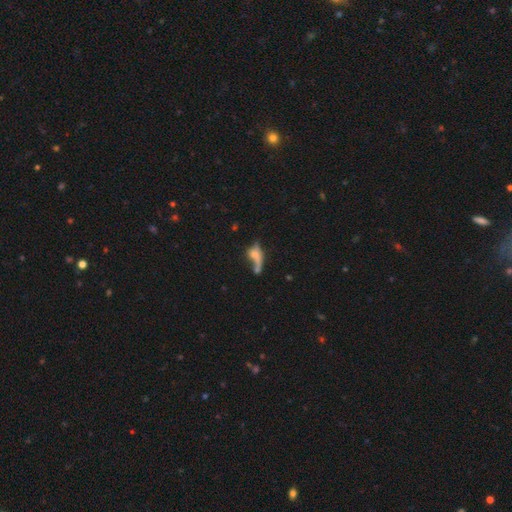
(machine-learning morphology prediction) smooth-or-featured: smooth: 51% | featured or disk: 36% | star or artifact: 13%
  how-rounded: in between: 56% | cigar-shaped: 28% | round: 16%
  merging: merger: 31% | none: 28% | major disturbance: 26% | minor disturbance: 15%